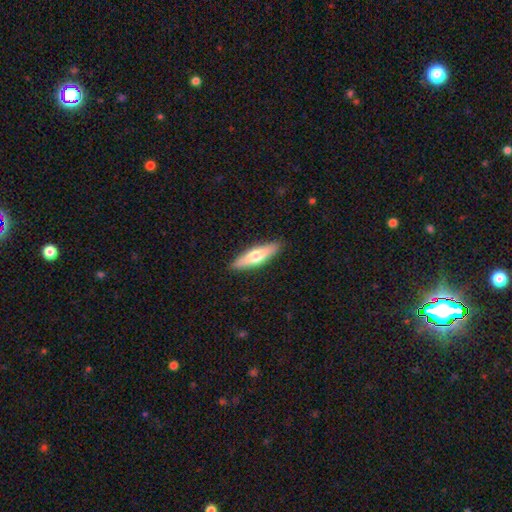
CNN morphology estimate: smooth 60%, featured or disk 35%, star or artifact 5%. Down the decision tree: how rounded — cigar-shaped (68%); merging — none (90%).